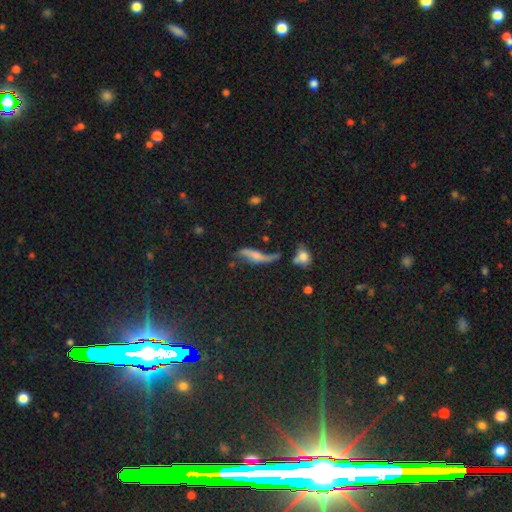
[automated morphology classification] A featured or disk galaxy (53%). Merging: none (39%).